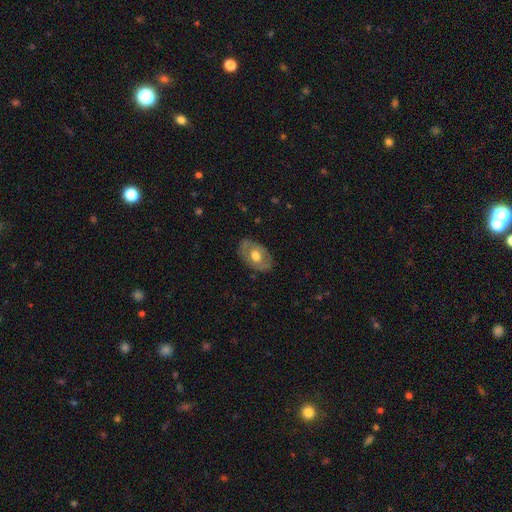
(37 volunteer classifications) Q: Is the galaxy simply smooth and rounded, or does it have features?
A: featured or disk — 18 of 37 (49%).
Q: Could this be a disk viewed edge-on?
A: no — 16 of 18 (89%).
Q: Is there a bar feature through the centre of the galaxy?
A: no — 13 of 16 (81%).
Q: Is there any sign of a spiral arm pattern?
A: no — 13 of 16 (81%).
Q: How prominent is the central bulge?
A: moderate — 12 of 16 (75%).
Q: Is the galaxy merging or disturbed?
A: none — 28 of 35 (80%).